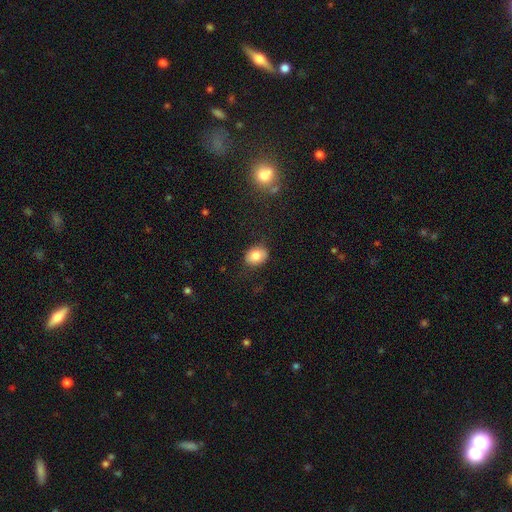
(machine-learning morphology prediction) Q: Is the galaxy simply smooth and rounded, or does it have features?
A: smooth — 81%.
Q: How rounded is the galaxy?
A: in between — 64%.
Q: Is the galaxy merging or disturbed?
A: none — 80%.